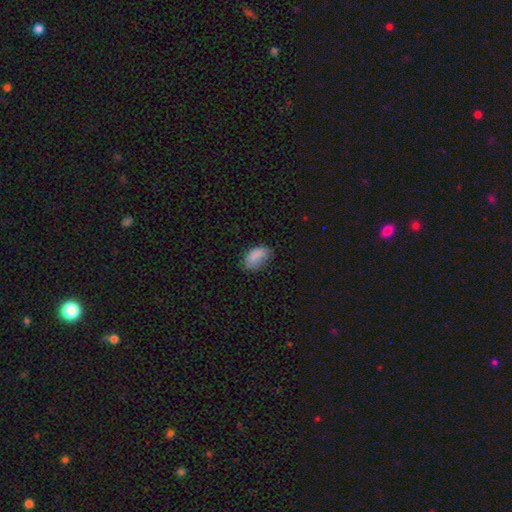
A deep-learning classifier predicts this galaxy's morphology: A smooth galaxy with no disk features (85%) that is in between round and cigar-shaped (92%). Merging: none (61%).